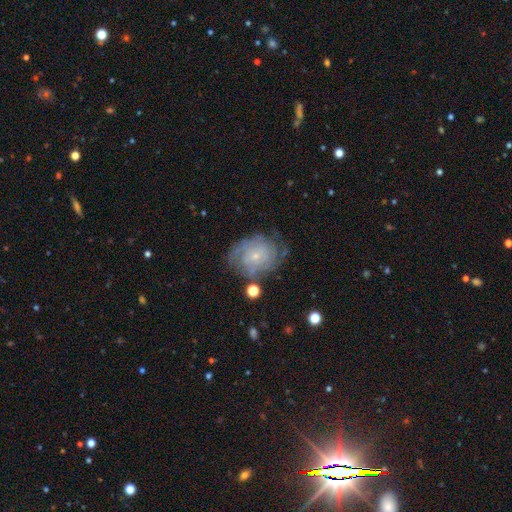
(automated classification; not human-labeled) Smooth or featured? featured or disk (65%)
Edge-on disk? no (97%)
Bar? no (83%)
Spiral arms? yes (78%)
Bulge size? small (83%)
Merging? none (60%)